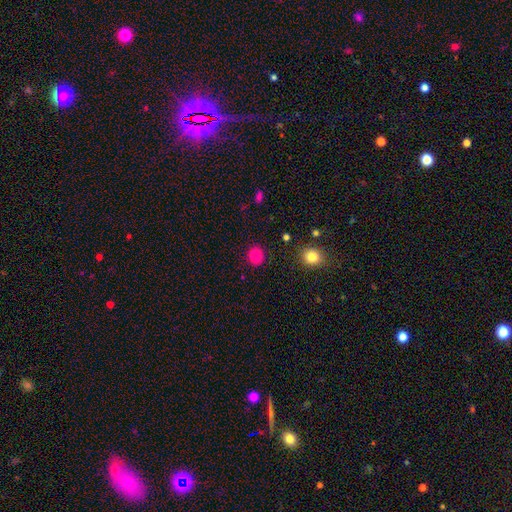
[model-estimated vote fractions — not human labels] Q: Smooth or featured?
A: smooth (85%); runner-up: star or artifact (11%)
Q: How rounded?
A: round (76%); runner-up: in between (23%)
Q: Merging?
A: none (89%); runner-up: minor disturbance (7%)